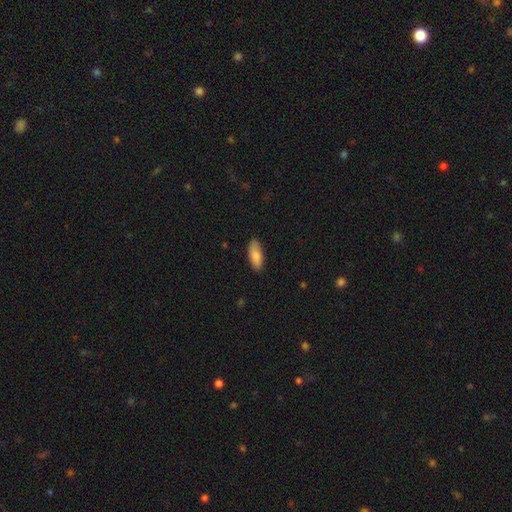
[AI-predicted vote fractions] Smooth or featured? Predicted: smooth (p=0.84). How rounded? Predicted: in between (p=0.78). Merging? Predicted: none (p=0.86).